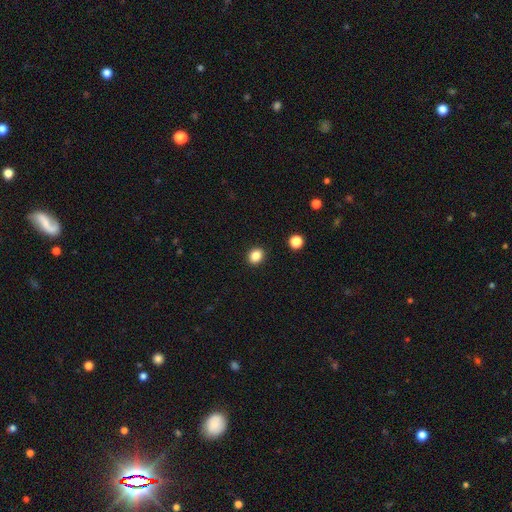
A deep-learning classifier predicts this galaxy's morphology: This appears to be a smooth galaxy with no disk features (85%) that is round (62%). Merging: none (91%).